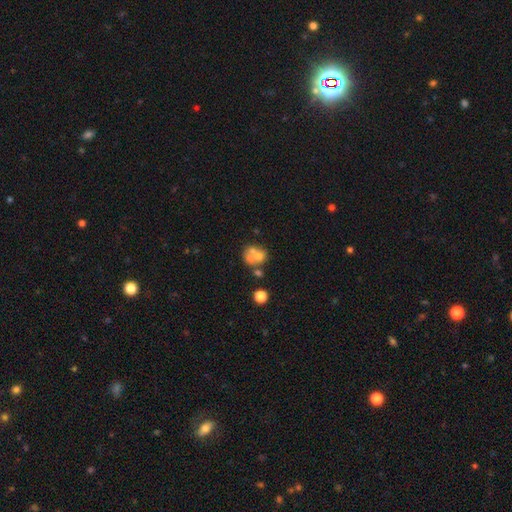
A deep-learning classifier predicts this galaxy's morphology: smooth 47%, featured or disk 40%, star or artifact 13%. Down the decision tree: merging — merger (45%).